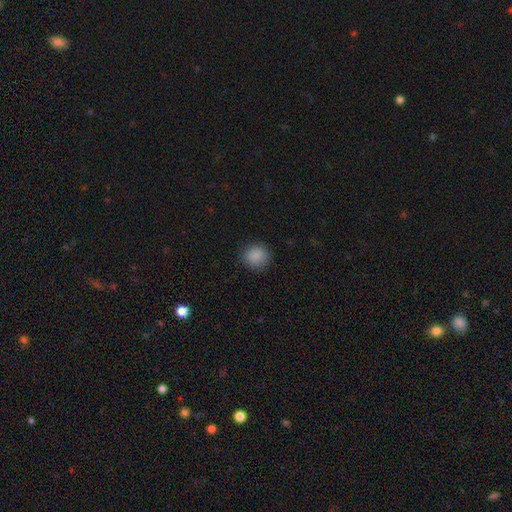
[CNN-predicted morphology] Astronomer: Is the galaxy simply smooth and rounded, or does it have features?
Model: smooth — 88%.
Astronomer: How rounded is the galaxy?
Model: round — 86%.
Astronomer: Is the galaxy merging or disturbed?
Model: none — 88%.